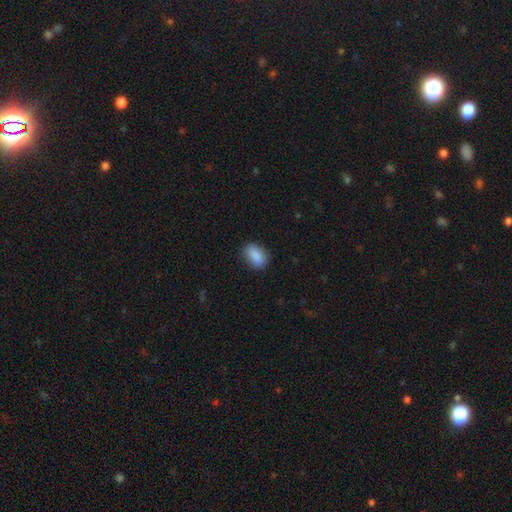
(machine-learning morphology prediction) The model was most divided on "merging": none: 79%, minor disturbance: 17%, major disturbance: 3%, merger: 1%. More confident: smooth or featured — smooth (88%); how rounded — in between (81%).